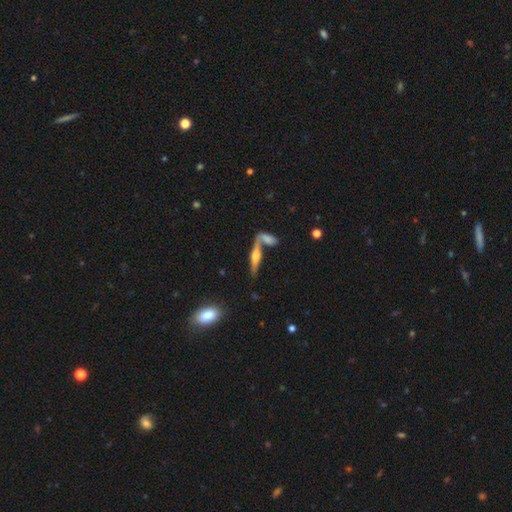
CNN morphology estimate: Smooth or featured? featured or disk (67%)
Edge-on disk? yes (95%)
Edge-on bulge? rounded (91%)
Merging? none (63%)